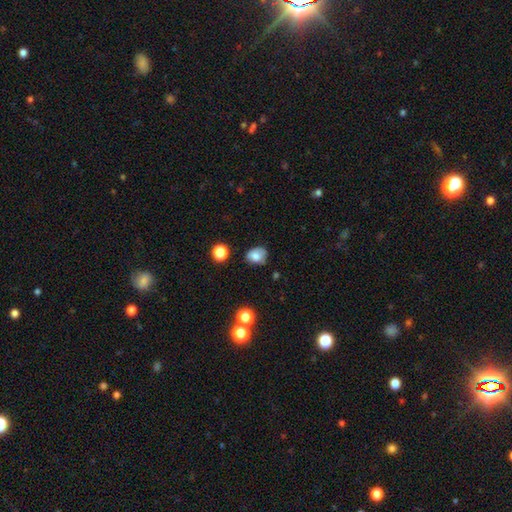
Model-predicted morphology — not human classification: Smooth or featured? Predicted: smooth (p=0.78). How rounded? Predicted: in between (p=0.53). Merging? Predicted: none (p=0.61).